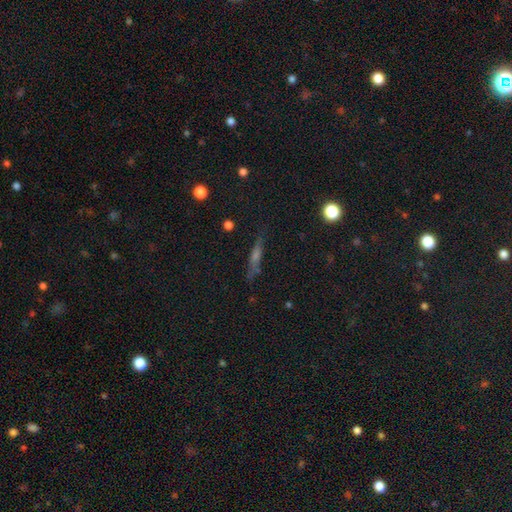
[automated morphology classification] type=featured or disk (47%); merging=none (82%).